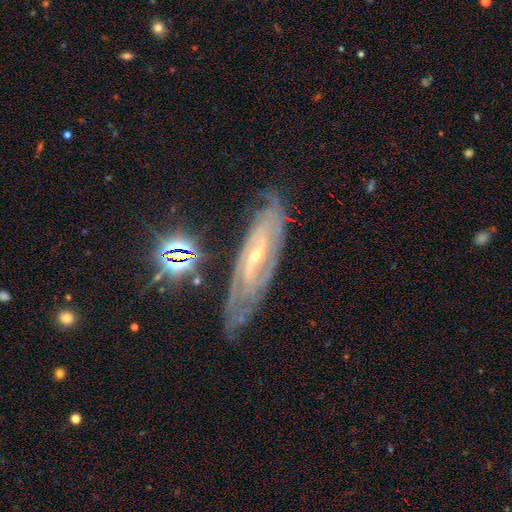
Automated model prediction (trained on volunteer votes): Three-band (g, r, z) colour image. It shows a featured or disk galaxy (84%) with a weak bar (39%), 2 (36%) tight (64%) spiral arms (95%) and a small central bulge (74%). Merging: none (74%).